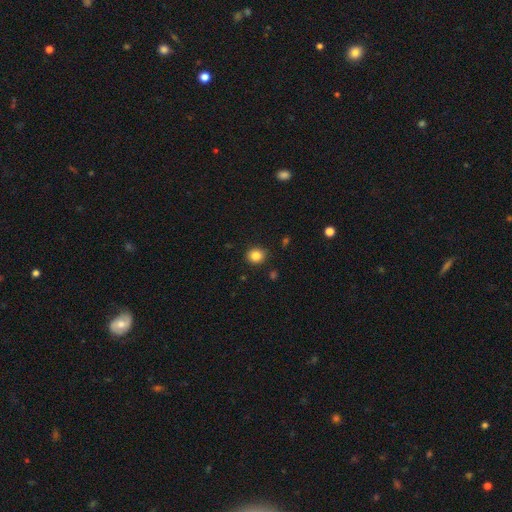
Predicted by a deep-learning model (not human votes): A smooth galaxy with no disk features (84%) that is round (79%).

Vote fractions:
- Smooth or featured? smooth: 84% / star or artifact: 10% / featured or disk: 5%
- How rounded? round: 79% / in between: 20% / cigar-shaped: 1%
- Merging? none: 89% / minor disturbance: 8% / major disturbance: 2% / merger: 1%